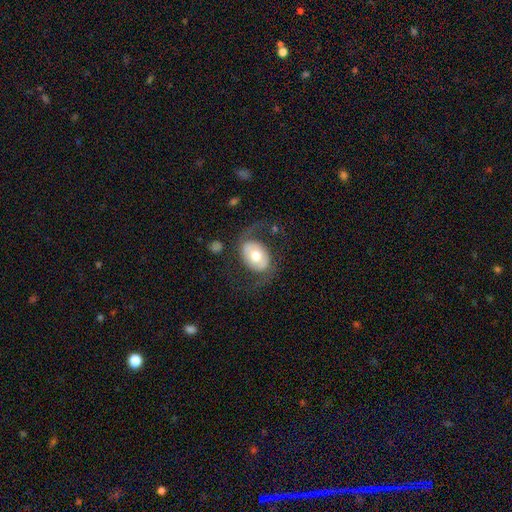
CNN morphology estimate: Q: Smooth or featured?
A: featured or disk (62%); runner-up: smooth (32%)
Q: Edge-on disk?
A: no (95%); runner-up: yes (5%)
Q: Bar?
A: no (63%); runner-up: weak (24%)
Q: Spiral arms?
A: yes (74%); runner-up: no (26%)
Q: Bulge size?
A: moderate (67%); runner-up: large (14%)
Q: Merging?
A: none (60%); runner-up: major disturbance (22%)